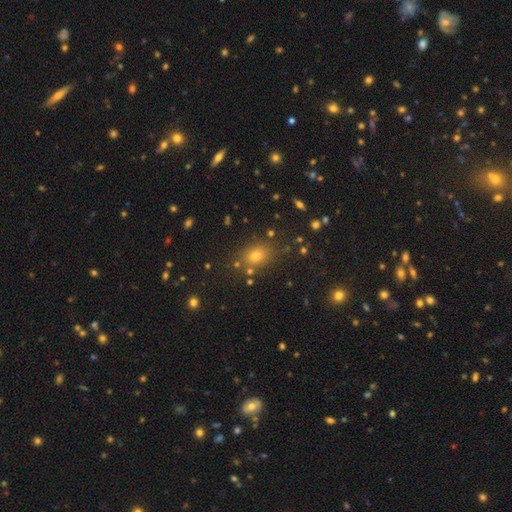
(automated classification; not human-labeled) Morphology: type=smooth (69%); roundness=round (50%); merging=none (79%).